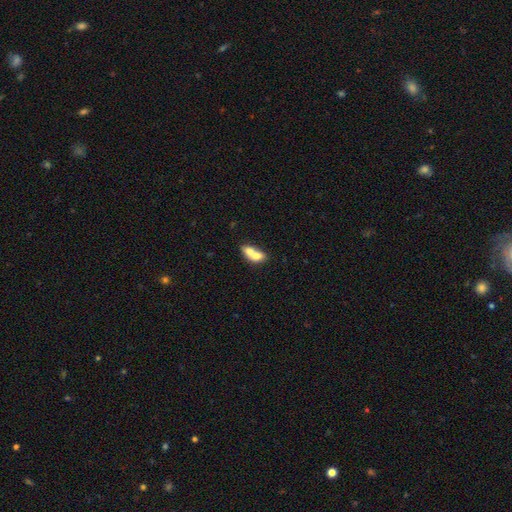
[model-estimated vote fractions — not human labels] Morphology: type=smooth (66%); roundness=in between (74%); merging=merger (71%).